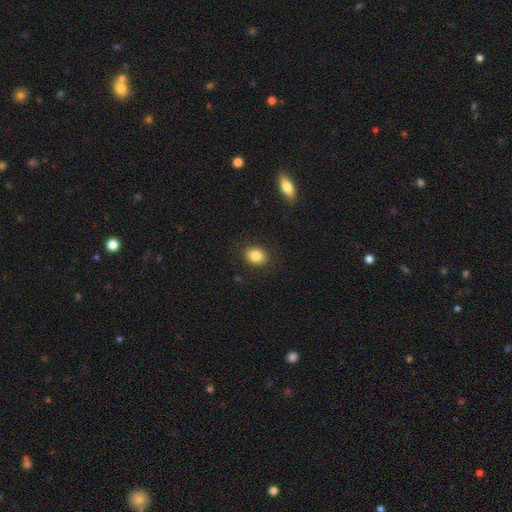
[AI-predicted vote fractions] This appears to be a smooth galaxy with no disk features (85%) that is in between round and cigar-shaped (58%). Merging: none (88%).